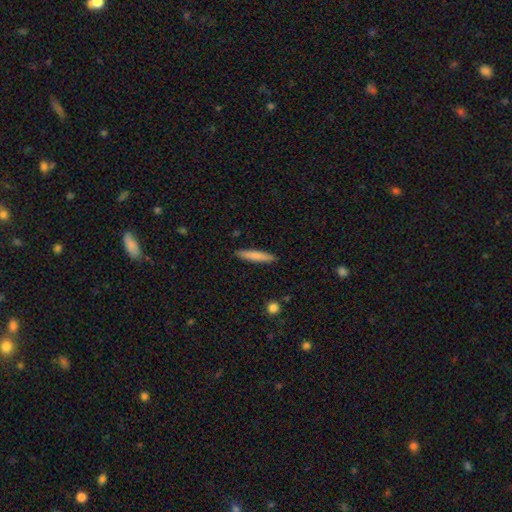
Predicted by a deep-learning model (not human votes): This appears to be a smooth galaxy with no disk features (77%) that is cigar-shaped (91%). Merging: none (90%).